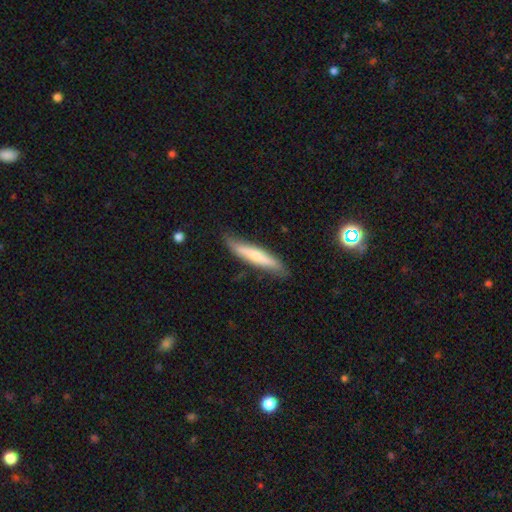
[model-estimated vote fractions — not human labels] Smooth or featured?
  - smooth: 56% *
  - featured or disk: 38%
  - star or artifact: 6%
How rounded?
  - cigar-shaped: 89% *
  - in between: 10%
  - round: 1%
Merging?
  - none: 79% *
  - minor disturbance: 16%
  - major disturbance: 3%
  - merger: 1%